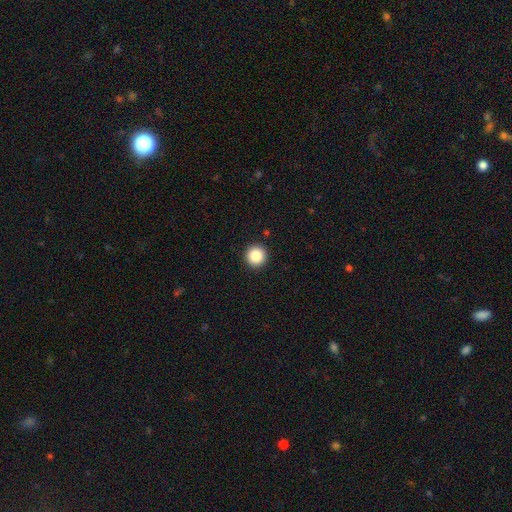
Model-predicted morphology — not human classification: Smooth or featured: smooth — 87% (star or artifact — 9%)
How rounded: round — 96% (in between — 3%)
Merging: none — 93% (minor disturbance — 4%)